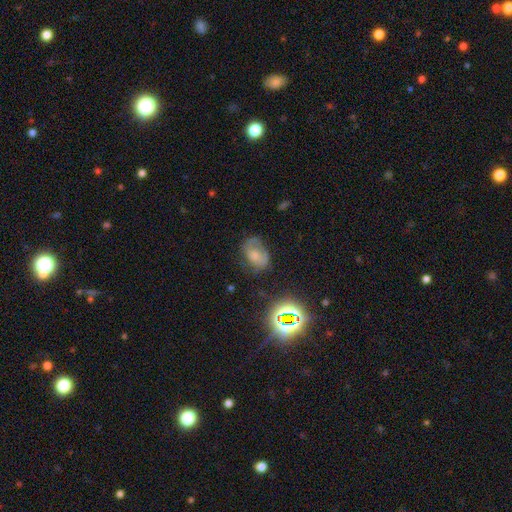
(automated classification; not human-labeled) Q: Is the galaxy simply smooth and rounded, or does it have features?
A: smooth — 53%.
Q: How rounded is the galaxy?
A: in between — 77%.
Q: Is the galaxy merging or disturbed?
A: none — 47%.